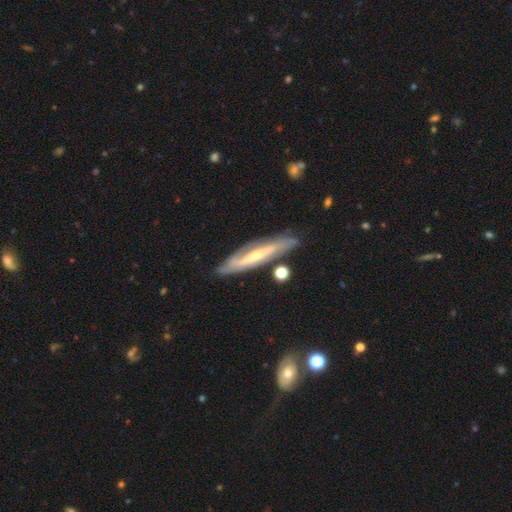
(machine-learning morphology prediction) Overall: featured or disk (75%). Edge-on disk: no (50%, tied with yes). Merging: none (76%).